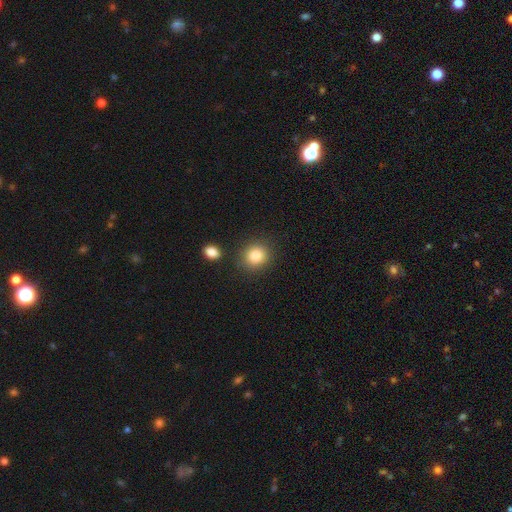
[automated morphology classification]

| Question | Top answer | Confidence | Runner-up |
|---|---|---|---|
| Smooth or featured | smooth | 84% | star or artifact (10%) |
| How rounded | round | 82% | in between (17%) |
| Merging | none | 84% | minor disturbance (8%) |